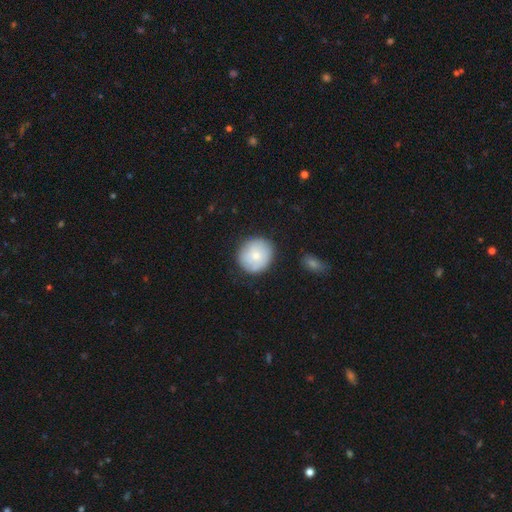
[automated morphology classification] Smooth or featured: smooth — 70% (featured or disk — 23%)
How rounded: round — 89% (in between — 10%)
Merging: none — 83% (minor disturbance — 13%)